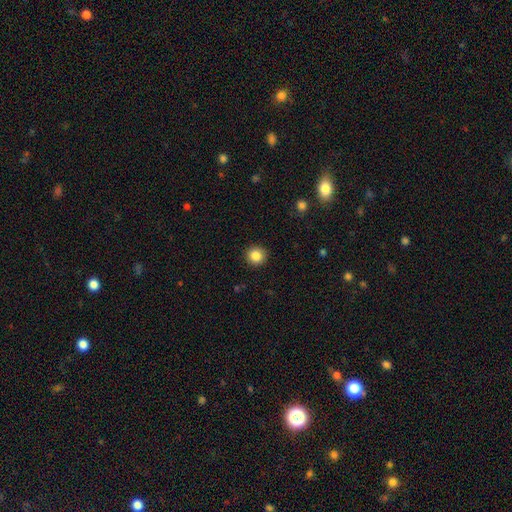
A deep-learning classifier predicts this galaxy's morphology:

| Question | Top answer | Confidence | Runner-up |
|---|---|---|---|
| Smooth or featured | smooth | 85% | star or artifact (10%) |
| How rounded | round | 94% | in between (5%) |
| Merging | none | 92% | minor disturbance (5%) |